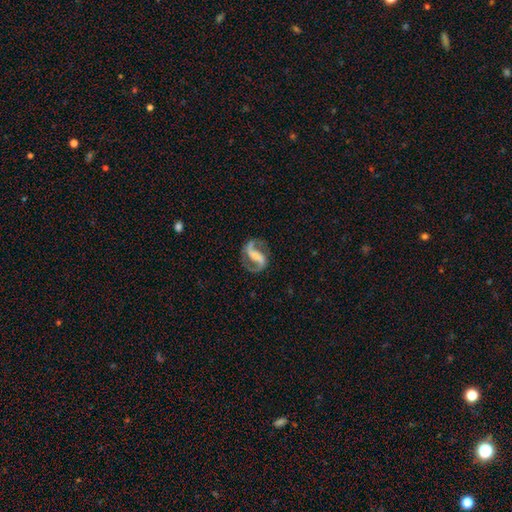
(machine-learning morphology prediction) Smooth or featured? featured or disk (90%)
Edge-on disk? no (98%)
Bar? strong (45%)
Spiral arms? yes (97%)
Spiral winding? medium (50%)
Spiral arm count? 2 (93%)
Bulge size? small (38%)
Merging? none (77%)